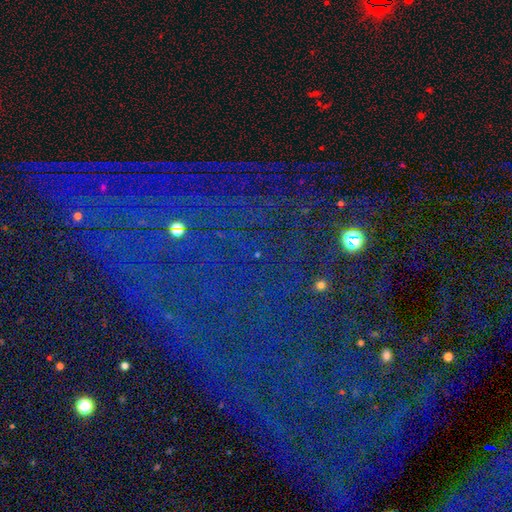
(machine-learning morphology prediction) star or artifact 84%, smooth 8%, featured or disk 8%.